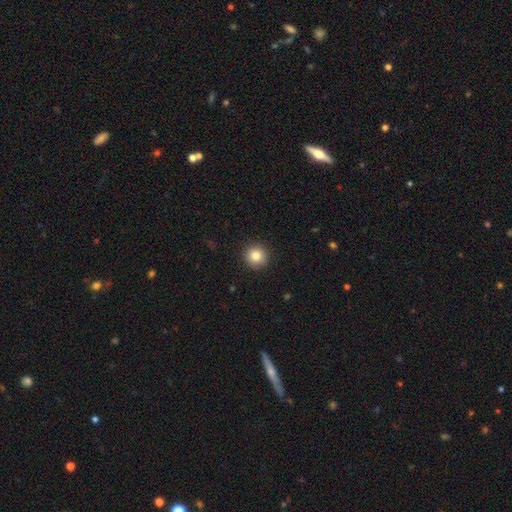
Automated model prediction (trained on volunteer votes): Smooth or featured? smooth (83%)
How rounded? round (95%)
Merging? none (92%)